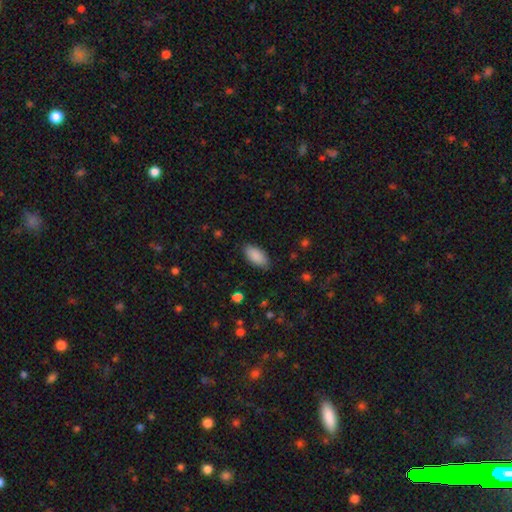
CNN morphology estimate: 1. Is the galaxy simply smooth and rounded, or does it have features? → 90% smooth, 6% star or artifact, 4% featured or disk.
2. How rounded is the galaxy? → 92% in between, 6% cigar-shaped, 2% round.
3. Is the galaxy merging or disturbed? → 86% none, 10% minor disturbance, 2% major disturbance, 1% merger.